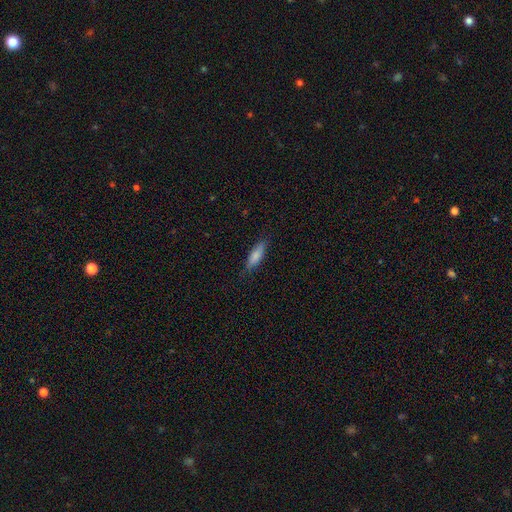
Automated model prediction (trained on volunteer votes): smooth 81%, featured or disk 12%, star or artifact 6%. Down the decision tree: how rounded — in between (49%, tied with cigar-shaped); merging — none (80%).